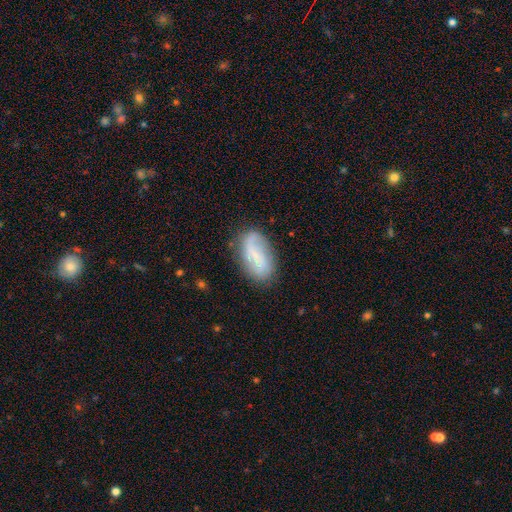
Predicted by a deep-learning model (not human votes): smooth-or-featured: featured or disk: 58% | smooth: 34% | star or artifact: 8%
  disk-edge-on: no: 95% | yes: 5%
    bar: weak: 43% | no: 35% | strong: 22%
    has-spiral-arms: yes: 85% | no: 15%
    bulge-size: small: 64% | none: 19% | moderate: 13% | large: 2% | dominant: 1%
  merging: none: 76% | minor disturbance: 17% | major disturbance: 5% | merger: 2%